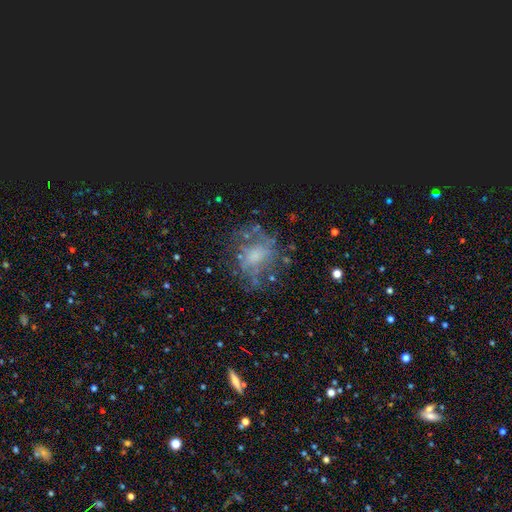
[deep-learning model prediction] The model was most divided on "bulge size": moderate: 32%, none: 30%, small: 23%, large: 13%, dominant: 2%. More confident: edge-on disk — no (97%); bar — no (73%); spiral arms — no (58%); merging — none (56%); smooth or featured — featured or disk (54%).